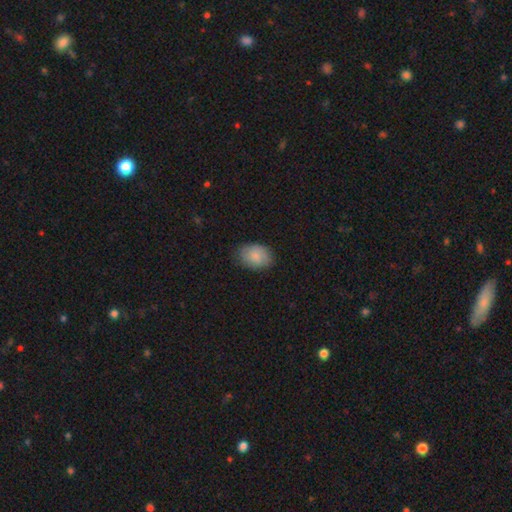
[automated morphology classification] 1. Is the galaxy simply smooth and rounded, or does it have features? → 85% smooth, 9% featured or disk, 6% star or artifact.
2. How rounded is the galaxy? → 79% in between, 20% round, 1% cigar-shaped.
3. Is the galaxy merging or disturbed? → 82% none, 14% minor disturbance, 3% major disturbance, 1% merger.